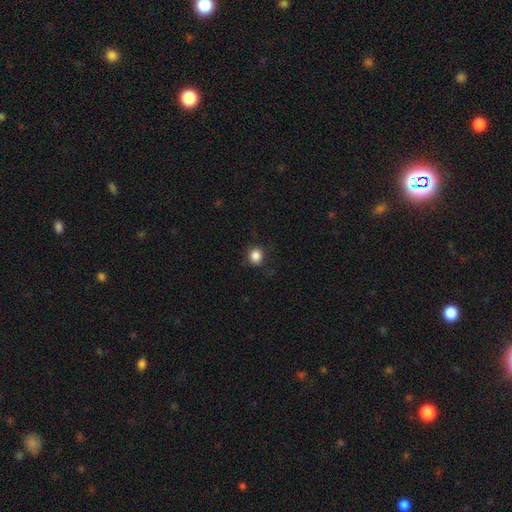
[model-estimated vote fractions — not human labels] A smooth galaxy with no disk features (85%) that is round (84%). Merging: none (83%).